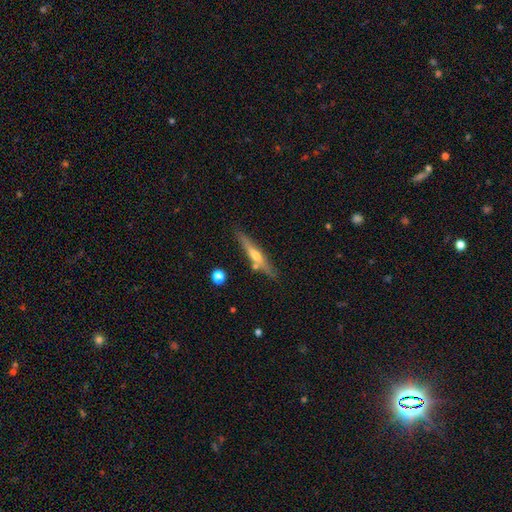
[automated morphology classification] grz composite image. It shows a featured or disk galaxy (58%) viewed edge-on (93%) with a rounded central bulge (76%). Merging: none (78%).